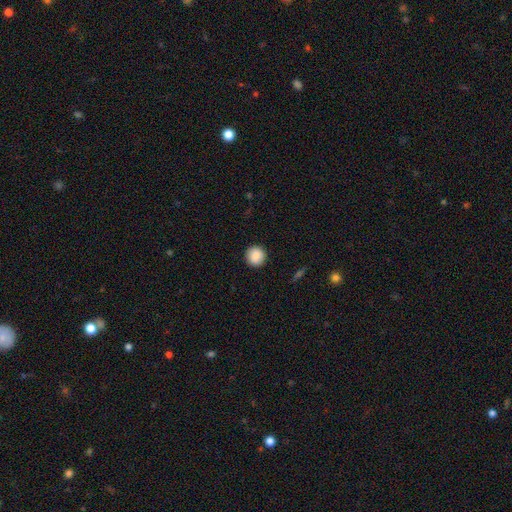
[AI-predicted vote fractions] Smooth or featured? Predicted: smooth (p=0.88). How rounded? Predicted: round (p=0.94). Merging? Predicted: none (p=0.92).